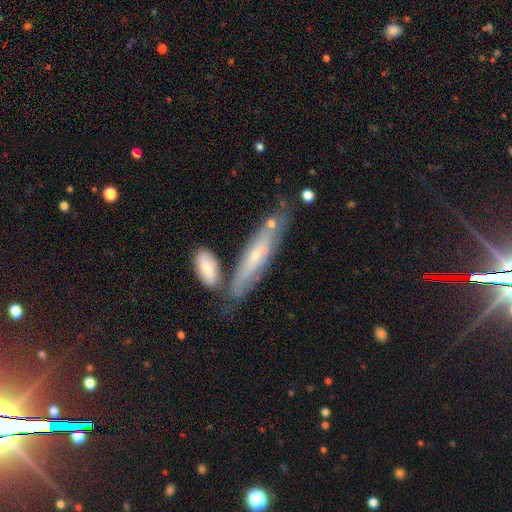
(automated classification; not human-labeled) Q: Smooth or featured?
A: featured or disk (52%); runner-up: smooth (42%)
Q: Edge-on disk?
A: yes (59%); runner-up: no (41%)
Q: Merging?
A: none (58%); runner-up: minor disturbance (19%)